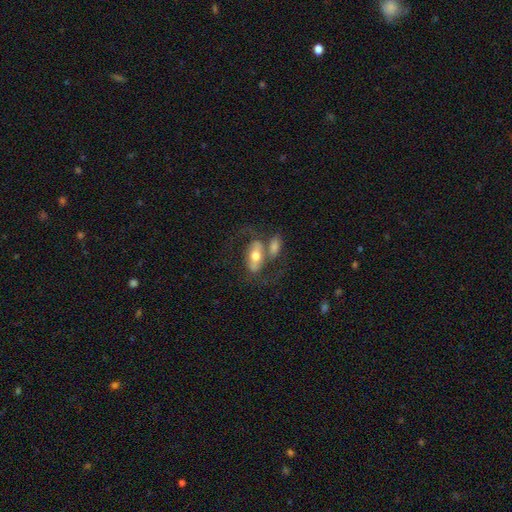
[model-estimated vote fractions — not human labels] featured or disk 57%, smooth 36%, star or artifact 7%. Down the decision tree: edge-on disk — no (88%); bar — no (41%); spiral arms — yes (67%); bulge size — moderate (67%); merging — merger (44%).